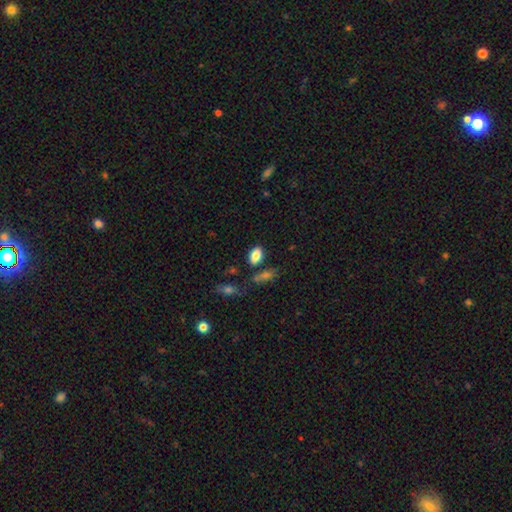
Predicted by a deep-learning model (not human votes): Q: Smooth or featured?
A: smooth (84%); runner-up: star or artifact (8%)
Q: How rounded?
A: in between (89%); runner-up: round (8%)
Q: Merging?
A: none (74%); runner-up: minor disturbance (14%)